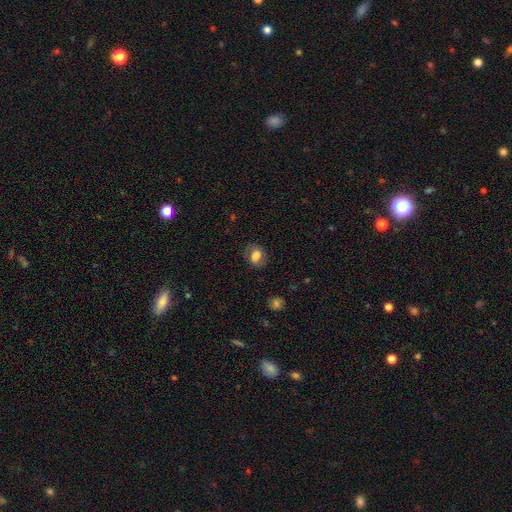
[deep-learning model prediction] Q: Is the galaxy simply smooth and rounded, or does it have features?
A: smooth — 73%.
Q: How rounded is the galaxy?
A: in between — 59%.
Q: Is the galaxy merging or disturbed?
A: none — 78%.